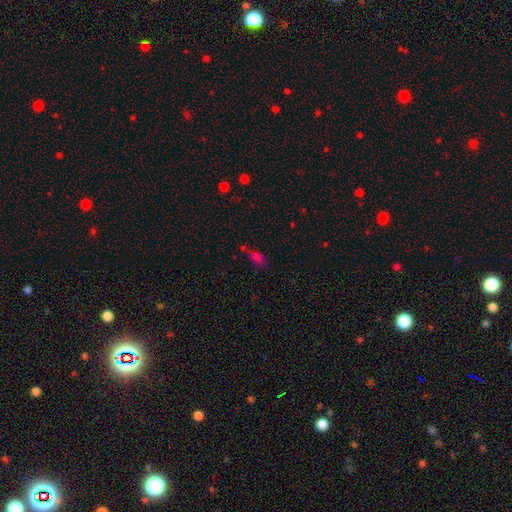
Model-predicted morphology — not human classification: A smooth galaxy with no disk features (63%) that is in between round and cigar-shaped (76%).

Vote fractions:
- Smooth or featured? smooth: 63% / star or artifact: 27% / featured or disk: 10%
- How rounded? in between: 76% / cigar-shaped: 14% / round: 10%
- Merging? none: 51% / minor disturbance: 22% / merger: 17% / major disturbance: 10%